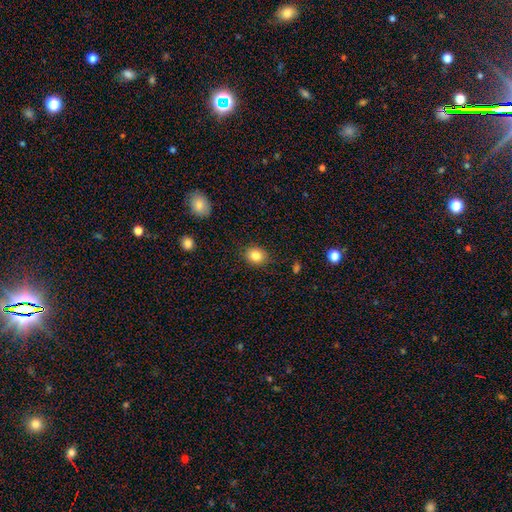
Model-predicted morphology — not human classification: This is clearly a smooth galaxy (84%). How rounded: possibly round (58%). Merging: clearly none (86%).